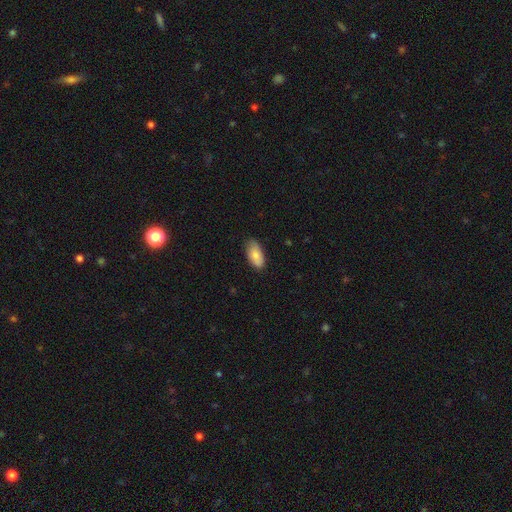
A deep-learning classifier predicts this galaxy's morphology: smooth 82%, featured or disk 12%, star or artifact 6%. Down the decision tree: how rounded — in between (92%); merging — none (76%).